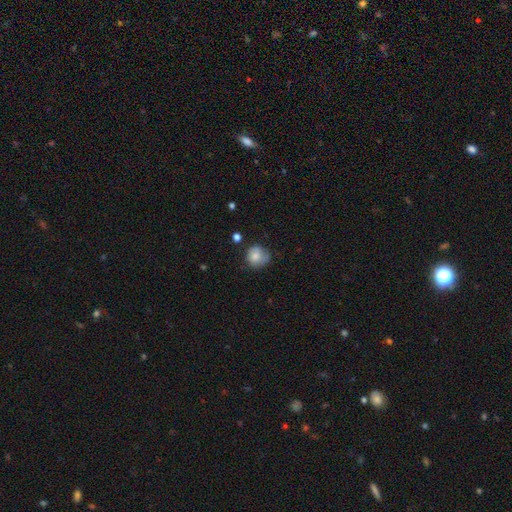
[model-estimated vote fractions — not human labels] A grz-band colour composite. It shows a smooth galaxy with no disk features (75%) that is round (81%). Merging: none (54%).